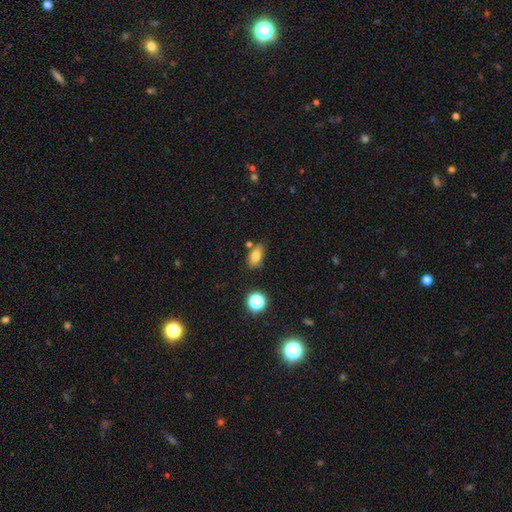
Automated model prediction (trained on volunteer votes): smooth_or_featured: smooth (p=0.77) [alt: star or artifact p=0.12]
how_rounded: in between (p=0.83) [alt: round p=0.11]
merging: none (p=0.70) [alt: minor disturbance p=0.17]